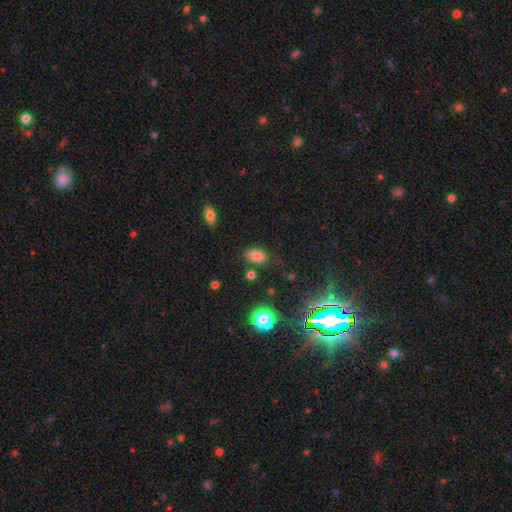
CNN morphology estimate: Smooth or featured?
  - smooth: 80% *
  - star or artifact: 14%
  - featured or disk: 6%
How rounded?
  - in between: 89% *
  - round: 9%
  - cigar-shaped: 2%
Merging?
  - none: 79% *
  - minor disturbance: 13%
  - merger: 4%
  - major disturbance: 4%